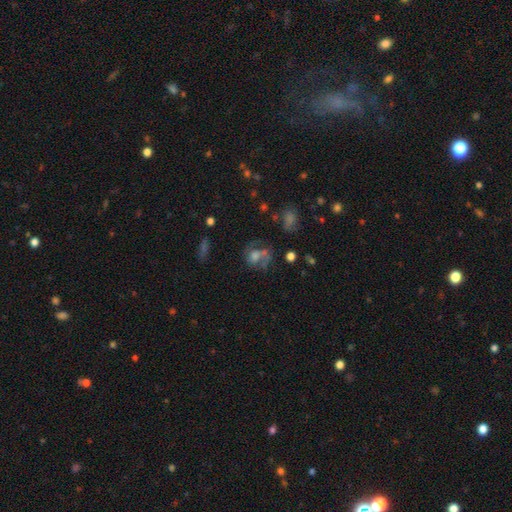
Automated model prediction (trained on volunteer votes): This appears to be a featured or disk galaxy (51%). Merging: none (42%).